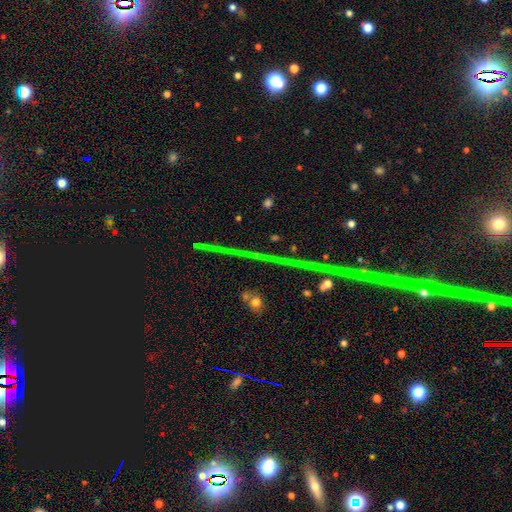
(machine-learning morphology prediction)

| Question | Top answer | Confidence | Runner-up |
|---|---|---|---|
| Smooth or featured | star or artifact | 82% | featured or disk (10%) |